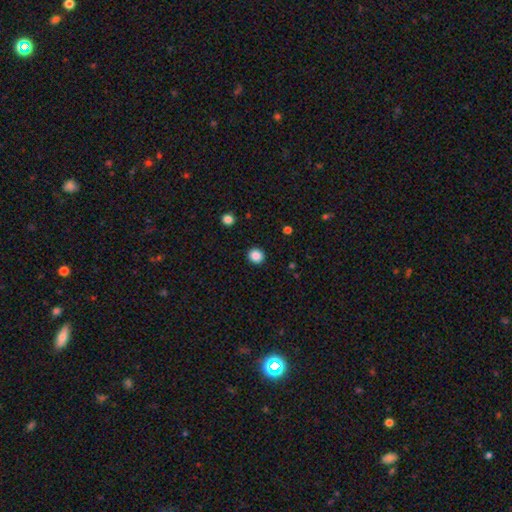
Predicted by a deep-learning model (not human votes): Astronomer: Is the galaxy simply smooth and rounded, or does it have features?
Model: smooth — 87%.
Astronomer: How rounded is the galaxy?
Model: round — 87%.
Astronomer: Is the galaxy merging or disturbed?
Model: none — 92%.